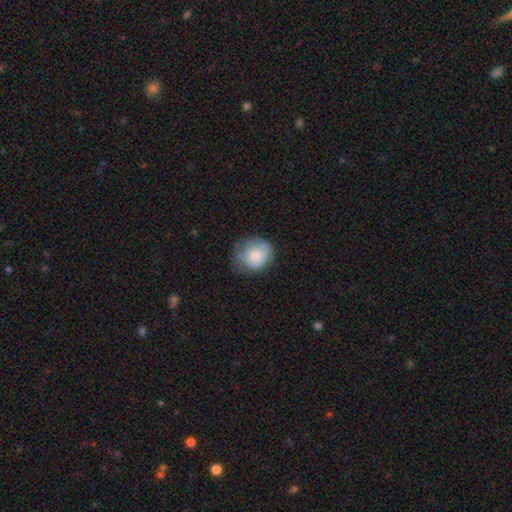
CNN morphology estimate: Q: Smooth or featured?
A: smooth (69%); runner-up: featured or disk (24%)
Q: How rounded?
A: round (77%); runner-up: in between (22%)
Q: Merging?
A: none (52%); runner-up: minor disturbance (32%)